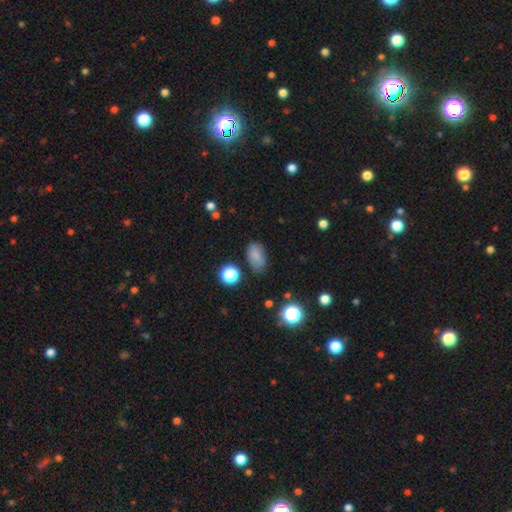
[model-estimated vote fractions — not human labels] Overall: smooth (77%). How rounded: in between (87%). Merging: none (65%).